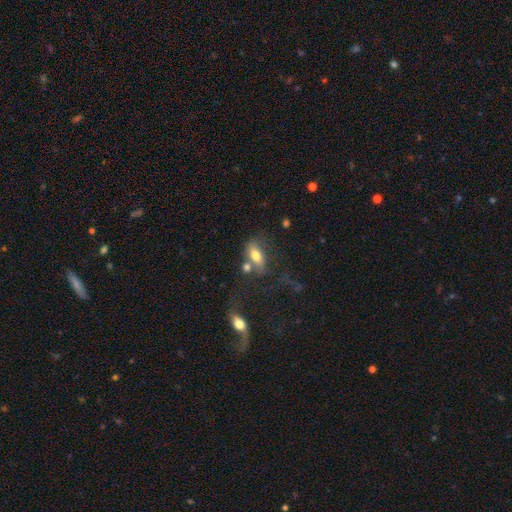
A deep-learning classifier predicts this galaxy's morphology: A smooth galaxy with no disk features (69%) that is in between round and cigar-shaped (84%). Merging: none (40%).